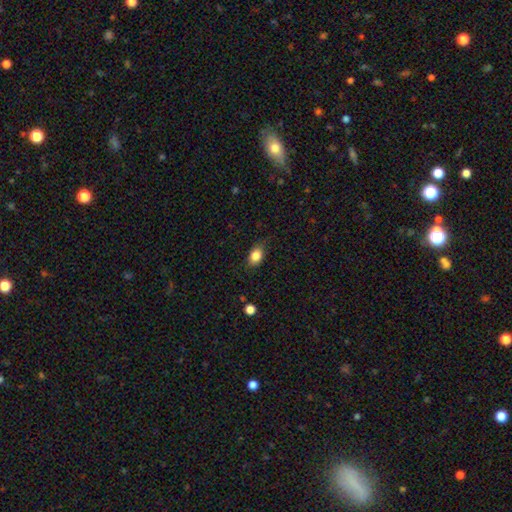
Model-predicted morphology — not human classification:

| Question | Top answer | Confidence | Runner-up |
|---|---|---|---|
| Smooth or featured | smooth | 84% | star or artifact (9%) |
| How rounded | in between | 79% | round (19%) |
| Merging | none | 78% | minor disturbance (17%) |